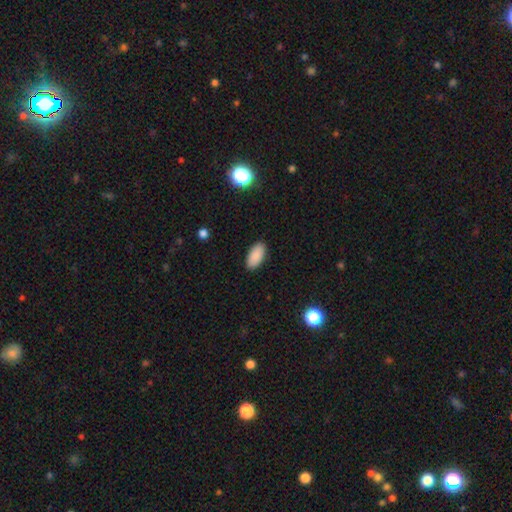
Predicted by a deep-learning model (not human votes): smooth_or_featured: smooth (p=0.89) [alt: star or artifact p=0.07]
how_rounded: in between (p=0.94) [alt: cigar-shaped p=0.04]
merging: none (p=0.90) [alt: minor disturbance p=0.08]